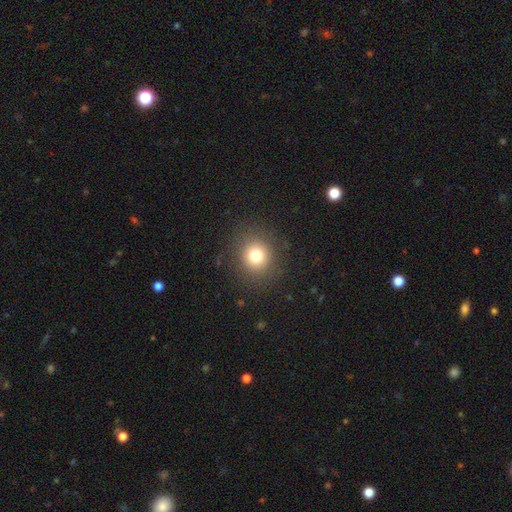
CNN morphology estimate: Smooth or featured? smooth (76%)
How rounded? round (88%)
Merging? none (87%)